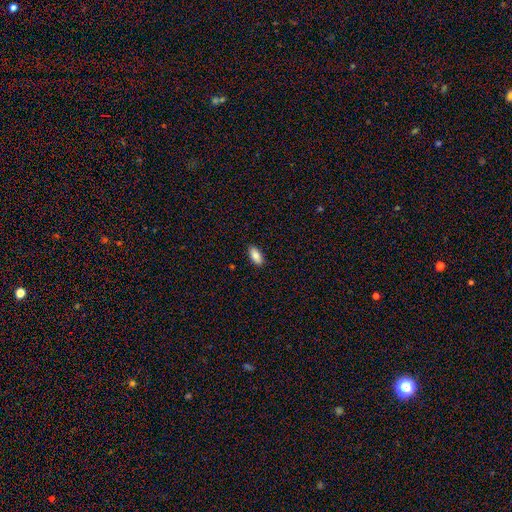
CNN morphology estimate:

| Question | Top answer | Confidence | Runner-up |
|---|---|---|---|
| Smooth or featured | smooth | 86% | featured or disk (7%) |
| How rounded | in between | 91% | cigar-shaped (7%) |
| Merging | none | 89% | minor disturbance (8%) |